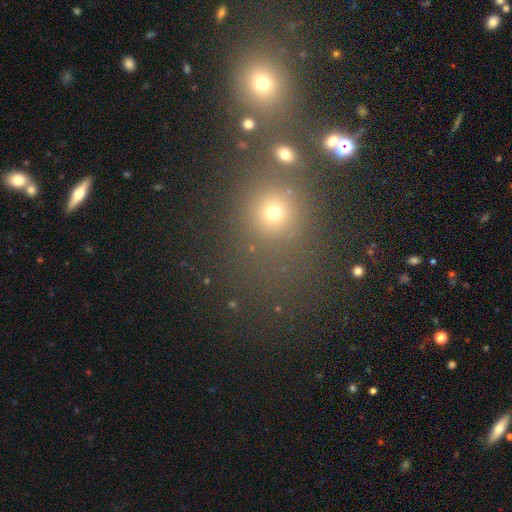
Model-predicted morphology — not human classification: smooth-or-featured: smooth: 47% | star or artifact: 44% | featured or disk: 9%
  merging: none: 66% | merger: 19% | minor disturbance: 10% | major disturbance: 6%